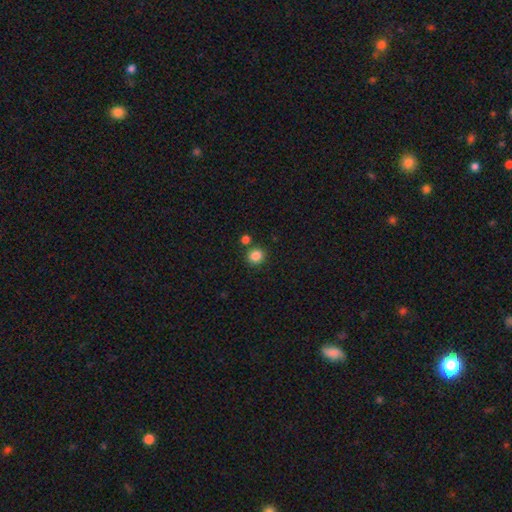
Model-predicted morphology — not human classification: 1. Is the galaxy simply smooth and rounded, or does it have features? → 85% smooth, 11% star or artifact, 4% featured or disk.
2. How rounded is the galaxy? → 82% round, 17% in between, 1% cigar-shaped.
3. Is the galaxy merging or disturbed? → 79% none, 10% merger, 8% minor disturbance, 3% major disturbance.